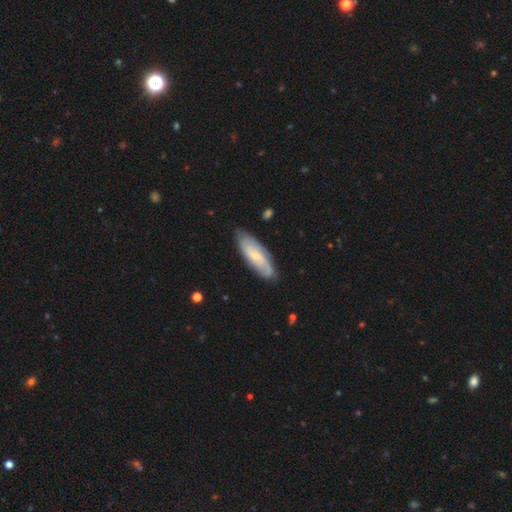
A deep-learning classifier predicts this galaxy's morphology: smooth-or-featured: featured or disk: 63% | smooth: 32% | star or artifact: 6%
  disk-edge-on: no: 84% | yes: 16%
    bar: no: 61% | weak: 32% | strong: 7%
    has-spiral-arms: yes: 89% | no: 11%
    bulge-size: small: 71% | moderate: 22% | none: 4% | large: 1% | dominant: 1%
  merging: none: 77% | minor disturbance: 18% | major disturbance: 3% | merger: 2%